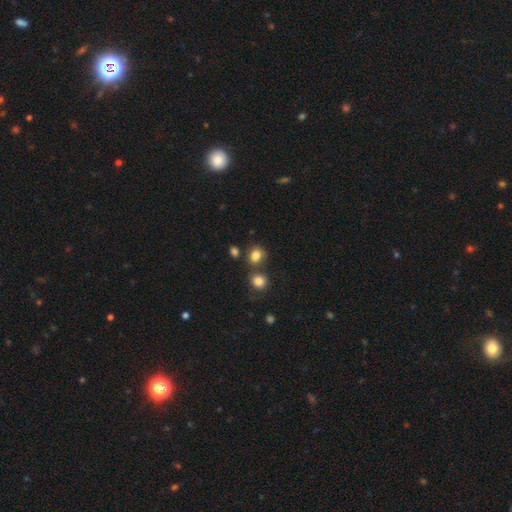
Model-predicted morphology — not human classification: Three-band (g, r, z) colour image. It shows a smooth galaxy with no disk features (82%) that is round (59%). Merging: none (64%).